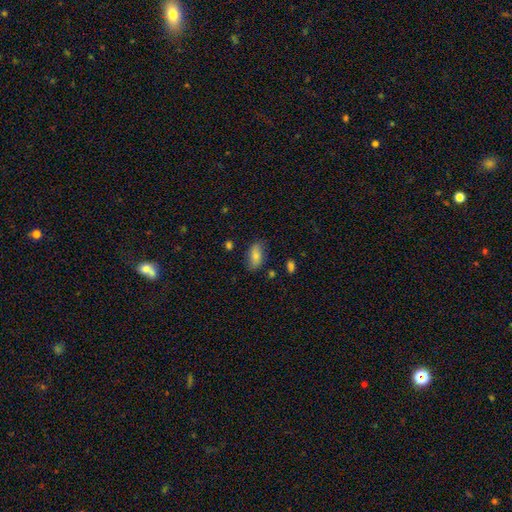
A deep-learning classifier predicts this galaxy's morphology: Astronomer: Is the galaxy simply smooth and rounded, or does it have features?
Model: smooth — 75%.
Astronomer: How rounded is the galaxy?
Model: in between — 91%.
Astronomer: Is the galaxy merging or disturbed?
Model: none — 79%.